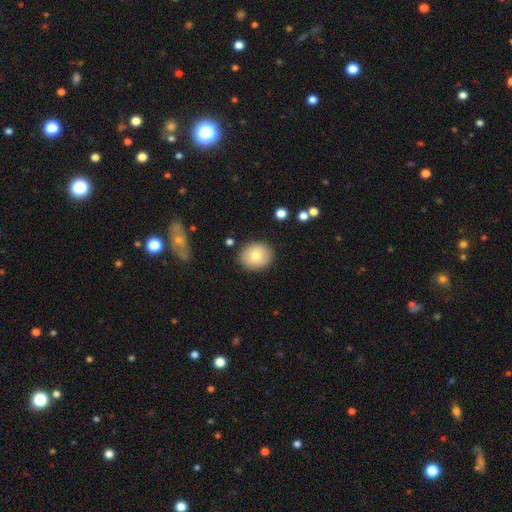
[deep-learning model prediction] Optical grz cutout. It shows a smooth galaxy with no disk features (76%) that is round (68%). Merging: none (86%).